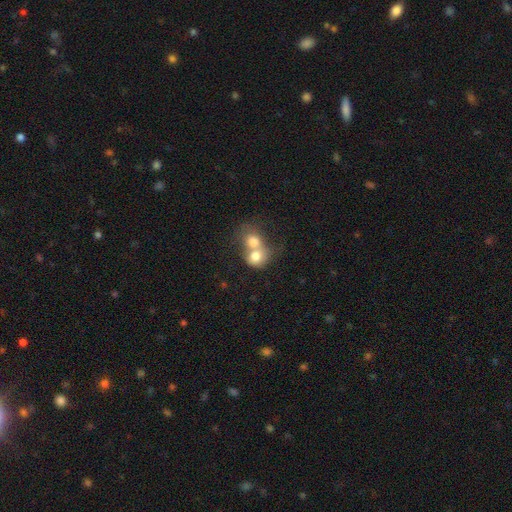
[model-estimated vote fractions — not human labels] Overall: smooth (75%). How rounded: round (70%). Merging: merger (75%).